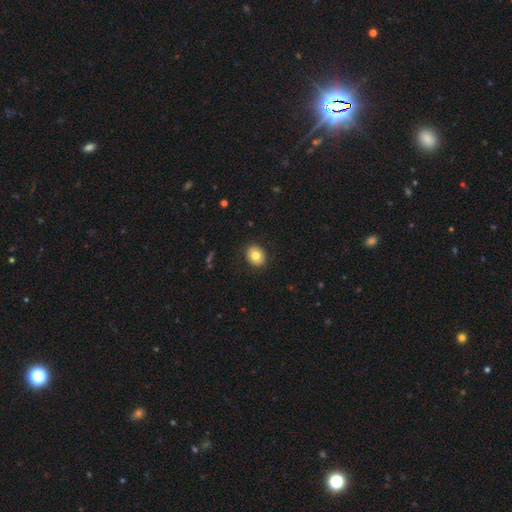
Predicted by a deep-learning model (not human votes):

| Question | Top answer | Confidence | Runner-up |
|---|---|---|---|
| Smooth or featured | smooth | 79% | featured or disk (12%) |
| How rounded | round | 61% | in between (38%) |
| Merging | none | 90% | minor disturbance (7%) |